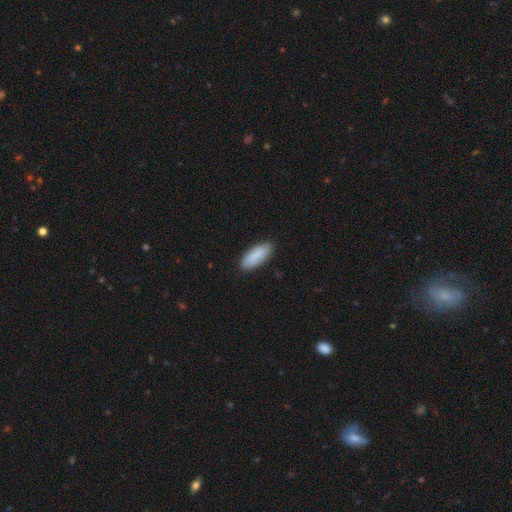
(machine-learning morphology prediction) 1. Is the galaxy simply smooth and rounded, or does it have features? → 87% smooth, 7% featured or disk, 5% star or artifact.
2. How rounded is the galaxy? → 79% in between, 19% cigar-shaped, 2% round.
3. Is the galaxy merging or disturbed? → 85% none, 12% minor disturbance, 2% major disturbance, 1% merger.